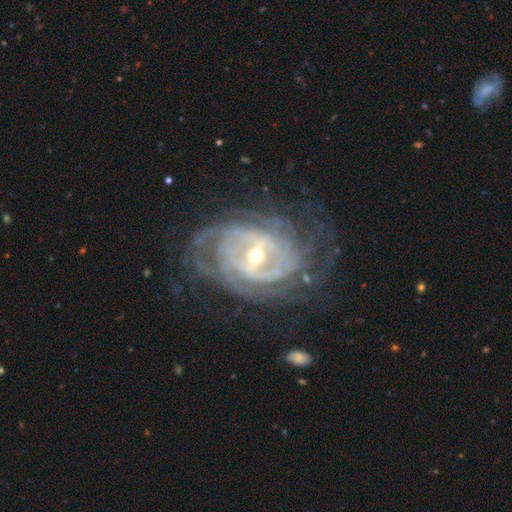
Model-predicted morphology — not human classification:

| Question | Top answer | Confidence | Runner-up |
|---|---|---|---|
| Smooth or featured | featured or disk | 90% | star or artifact (6%) |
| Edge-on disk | no | 97% | yes (3%) |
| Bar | weak | 44% | strong (41%) |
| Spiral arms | yes | 97% | no (3%) |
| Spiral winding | tight | 63% | medium (30%) |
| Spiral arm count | can't tell | 30% | 4 (20%) |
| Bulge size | small | 58% | moderate (39%) |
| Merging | none | 69% | minor disturbance (17%) |